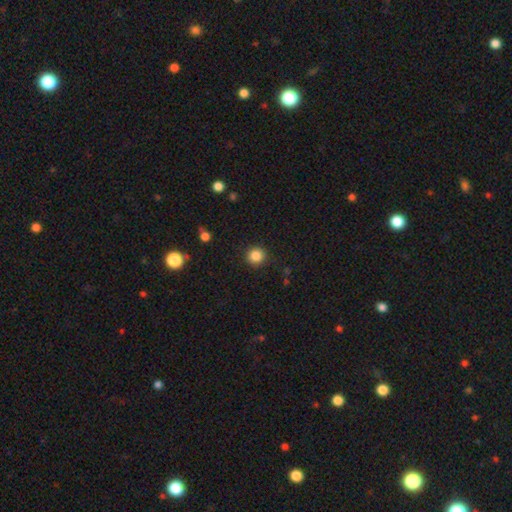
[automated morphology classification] Smooth or featured? smooth (85%)
How rounded? round (93%)
Merging? none (91%)